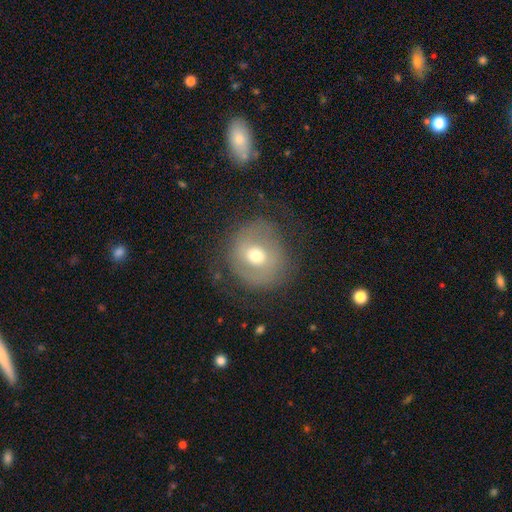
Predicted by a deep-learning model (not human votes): featured or disk 50%, smooth 41%, star or artifact 9%. Down the decision tree: edge-on disk — no (96%); merging — none (67%).